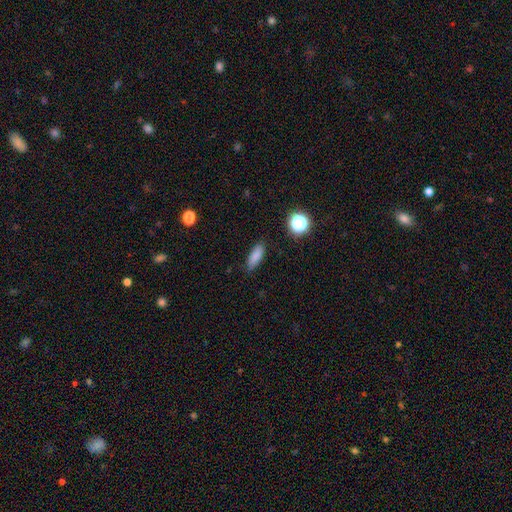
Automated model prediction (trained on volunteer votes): Smooth or featured? smooth (83%)
How rounded? in between (61%)
Merging? none (82%)